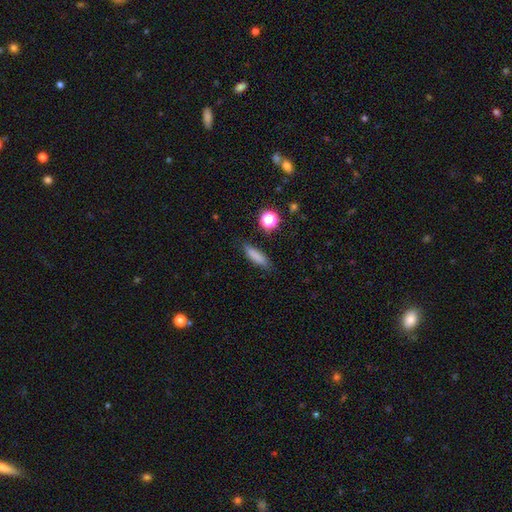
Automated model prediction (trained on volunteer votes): Smooth or featured: smooth — 81% (star or artifact — 10%)
How rounded: cigar-shaped — 66% (in between — 30%)
Merging: none — 84% (minor disturbance — 12%)